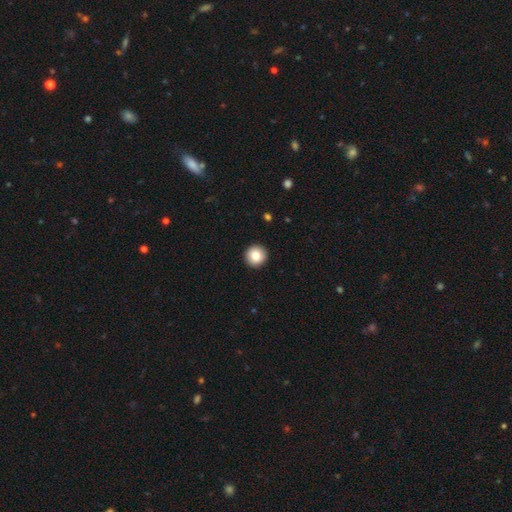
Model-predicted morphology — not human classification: Overall: smooth (85%). How rounded: round (96%). Merging: none (93%).